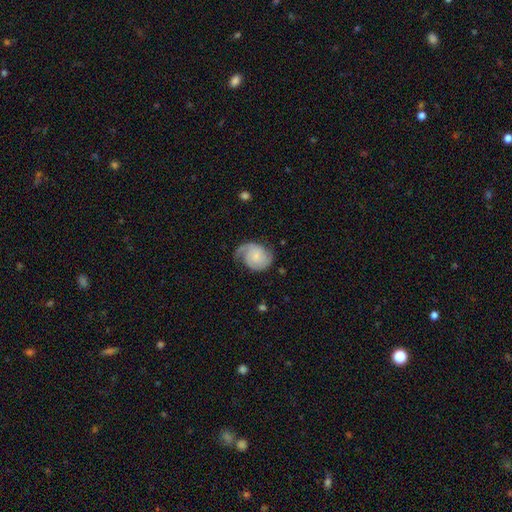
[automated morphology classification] featured or disk 69%, smooth 25%, star or artifact 6%. Down the decision tree: edge-on disk — no (98%); bar — no (65%); spiral arms — yes (94%); spiral arm count — 2 (62%); spiral winding — medium (41%); bulge size — small (49%); merging — none (54%).